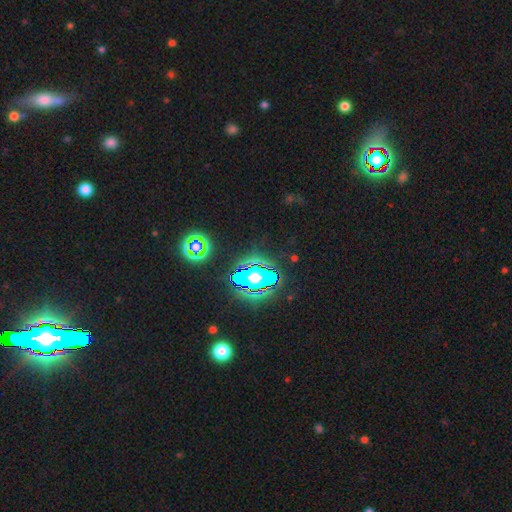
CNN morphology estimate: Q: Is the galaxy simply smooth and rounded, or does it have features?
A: star or artifact — 83%.